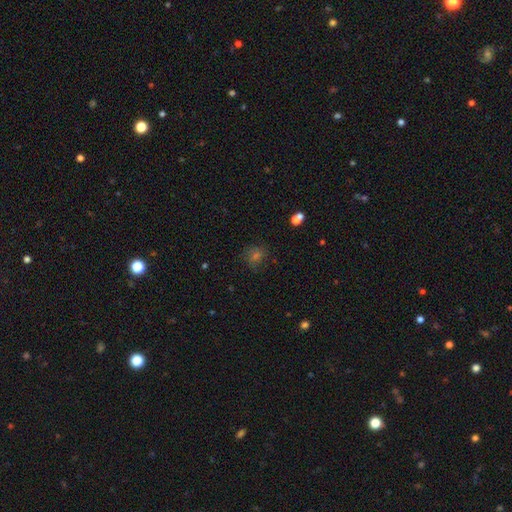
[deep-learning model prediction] Morphology: type=smooth (46%); merging=none (78%).